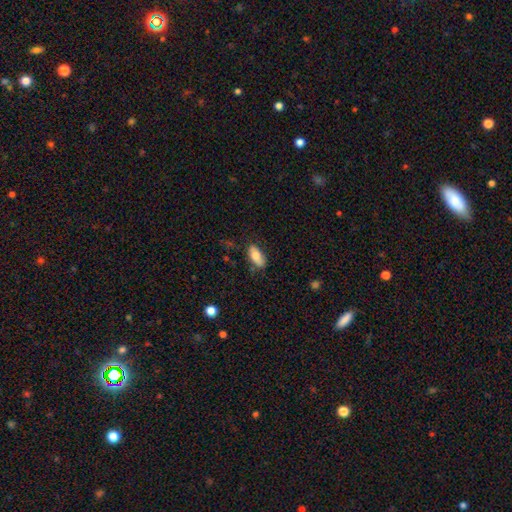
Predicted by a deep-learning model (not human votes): Q: Smooth or featured?
A: smooth (73%); runner-up: featured or disk (20%)
Q: How rounded?
A: in between (88%); runner-up: cigar-shaped (9%)
Q: Merging?
A: none (76%); runner-up: minor disturbance (18%)